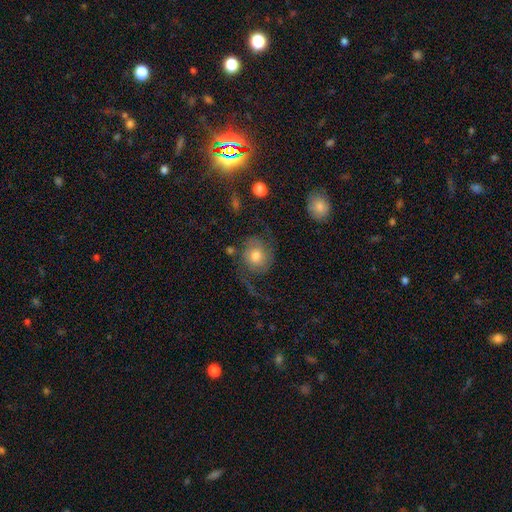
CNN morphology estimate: type=featured or disk (65%); edge-on=no (97%); bar=no (72%); spiral arms=yes (91%); winding=loose (52%); arm count=2 (85%); bulge=moderate (66%); merging=none (55%).